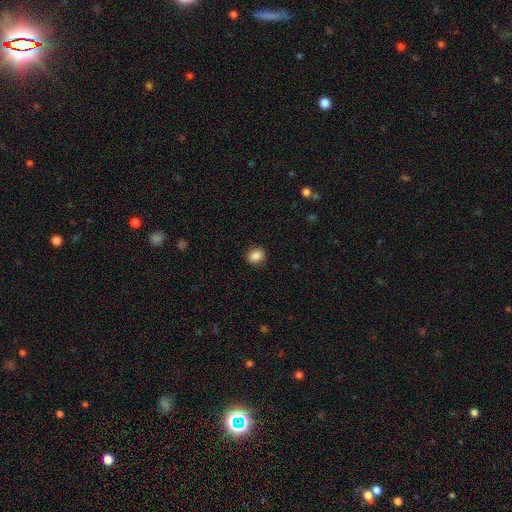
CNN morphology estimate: type=smooth (87%); roundness=round (64%); merging=none (86%).